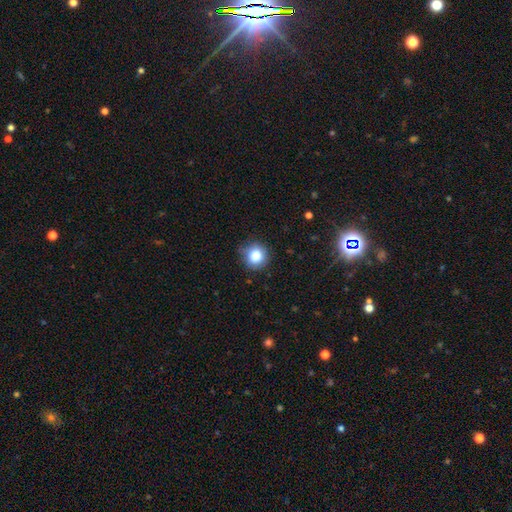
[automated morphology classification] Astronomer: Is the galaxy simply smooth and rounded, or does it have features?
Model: smooth — 84%.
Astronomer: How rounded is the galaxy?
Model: round — 90%.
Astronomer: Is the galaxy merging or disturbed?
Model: none — 78%.